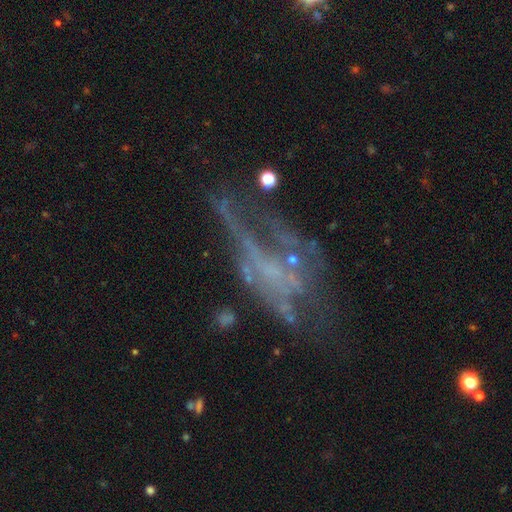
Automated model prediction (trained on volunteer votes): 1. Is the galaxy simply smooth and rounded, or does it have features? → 67% featured or disk, 19% star or artifact, 15% smooth.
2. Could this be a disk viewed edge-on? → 88% no, 12% yes.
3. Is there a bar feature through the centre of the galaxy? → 85% no, 10% weak, 5% strong.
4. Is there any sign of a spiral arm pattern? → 79% no, 21% yes.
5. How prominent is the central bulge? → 77% none, 14% small, 6% moderate, 2% large, 1% dominant.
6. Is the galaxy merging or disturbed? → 45% major disturbance, 28% none, 17% minor disturbance, 10% merger.